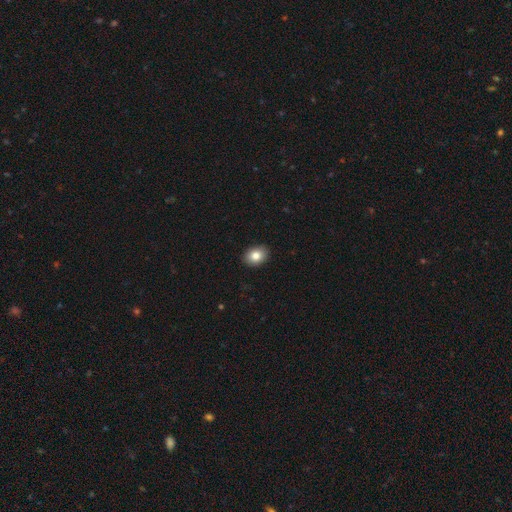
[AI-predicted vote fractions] Morphology: type=smooth (84%); roundness=in between (68%); merging=none (90%).